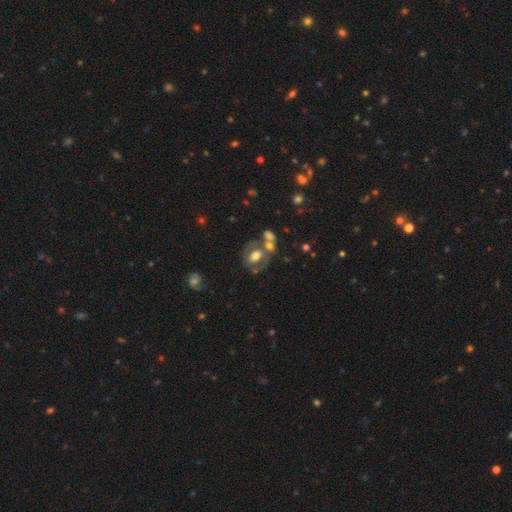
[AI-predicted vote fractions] This appears to be a featured or disk galaxy (46%). Merging: none (45%).